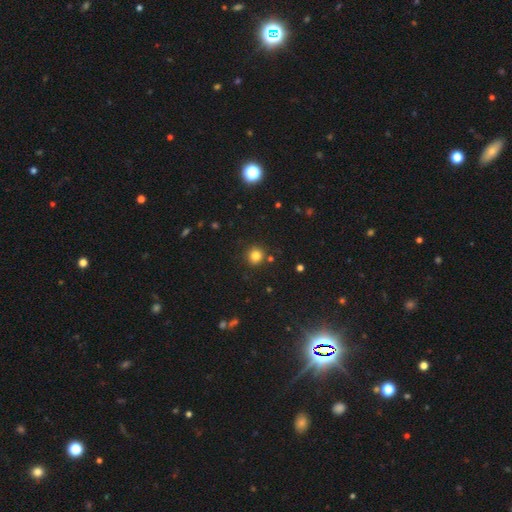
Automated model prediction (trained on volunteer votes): Smooth or featured? Predicted: smooth (p=0.81). How rounded? Predicted: round (p=0.88). Merging? Predicted: none (p=0.85).